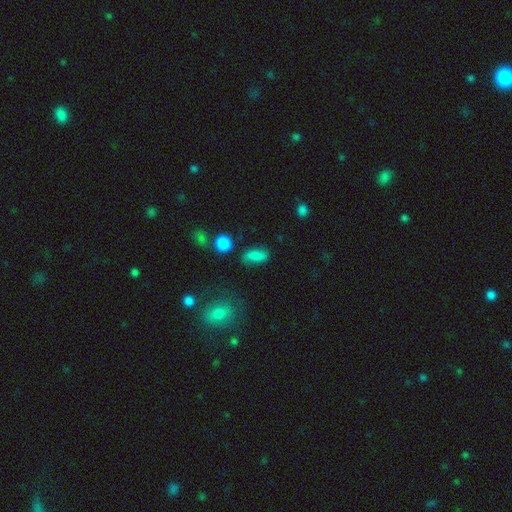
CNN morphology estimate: A smooth galaxy with no disk features (79%) that is in between round and cigar-shaped (82%).

Vote fractions:
- Smooth or featured? smooth: 79% / star or artifact: 11% / featured or disk: 10%
- How rounded? in between: 82% / cigar-shaped: 10% / round: 8%
- Merging? none: 68% / minor disturbance: 20% / major disturbance: 7% / merger: 5%